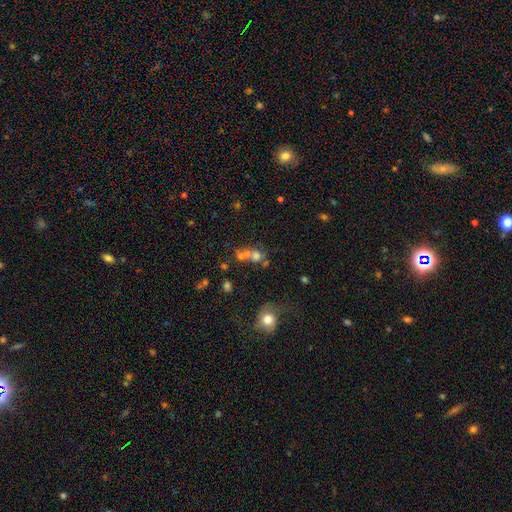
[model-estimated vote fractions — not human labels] A smooth galaxy with no disk features (59%) that is round (66%). Merging: merger (49%).